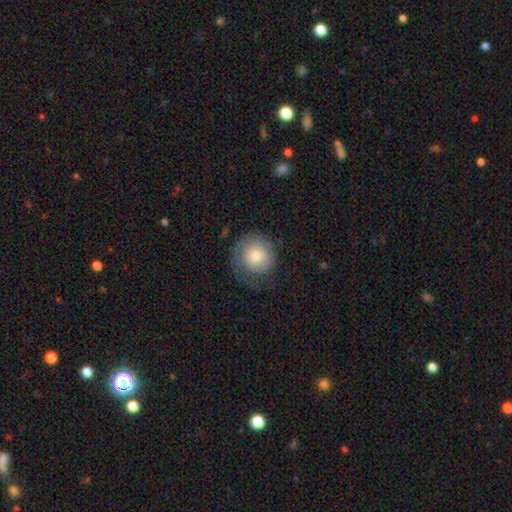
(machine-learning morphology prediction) smooth_or_featured: smooth (p=0.73) [alt: featured or disk p=0.19]
how_rounded: round (p=0.91) [alt: in between p=0.08]
merging: none (p=0.59) [alt: minor disturbance p=0.23]